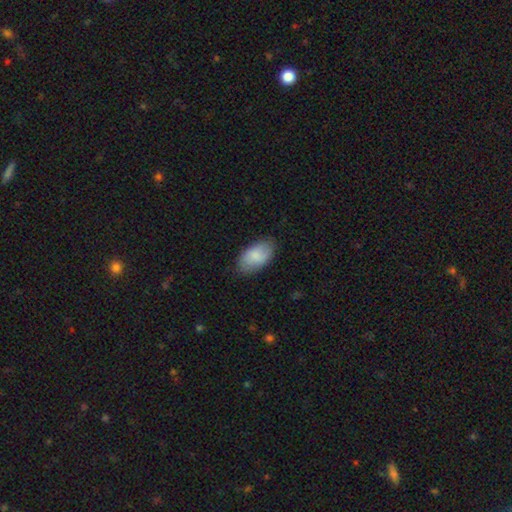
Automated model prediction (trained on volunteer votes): Smooth or featured?
  - smooth: 80% *
  - featured or disk: 14%
  - star or artifact: 6%
How rounded?
  - in between: 95% *
  - round: 4%
  - cigar-shaped: 2%
Merging?
  - none: 80% *
  - minor disturbance: 16%
  - major disturbance: 3%
  - merger: 1%